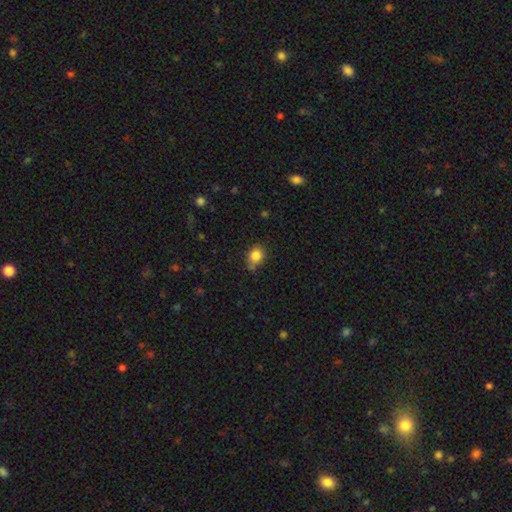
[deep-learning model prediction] smooth 83%, star or artifact 11%, featured or disk 6%. Down the decision tree: how rounded — round (59%); merging — none (65%).